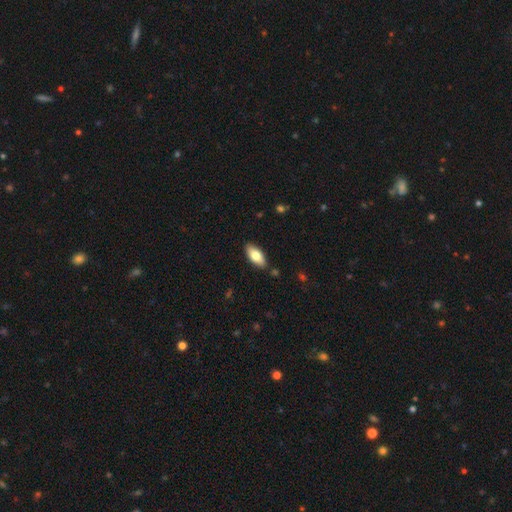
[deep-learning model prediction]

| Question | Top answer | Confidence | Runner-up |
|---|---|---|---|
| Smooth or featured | smooth | 78% | featured or disk (16%) |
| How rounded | in between | 87% | cigar-shaped (11%) |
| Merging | none | 86% | minor disturbance (10%) |